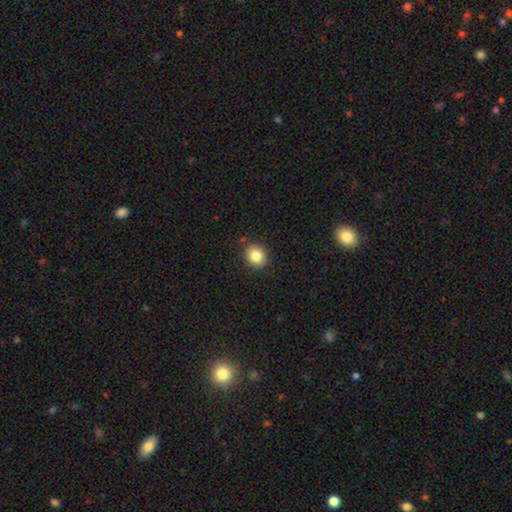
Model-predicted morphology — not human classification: This appears to be a smooth galaxy with no disk features (84%) that is round (74%). Merging: none (88%).